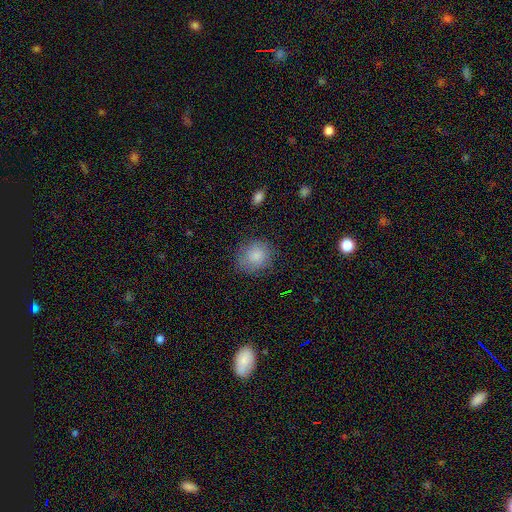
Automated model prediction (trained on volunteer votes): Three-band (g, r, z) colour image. It shows a smooth galaxy with no disk features (80%) that is round (75%). Merging: none (76%).